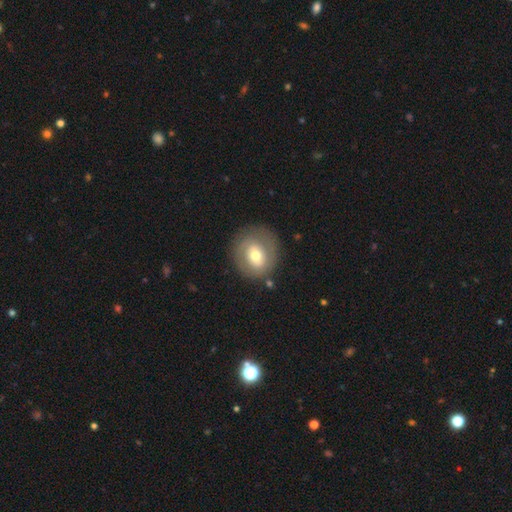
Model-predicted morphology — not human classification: Smooth or featured?
  - smooth: 52% *
  - featured or disk: 41%
  - star or artifact: 7%
How rounded?
  - round: 77% *
  - in between: 22%
  - cigar-shaped: 1%
Merging?
  - none: 75% *
  - minor disturbance: 15%
  - major disturbance: 7%
  - merger: 3%